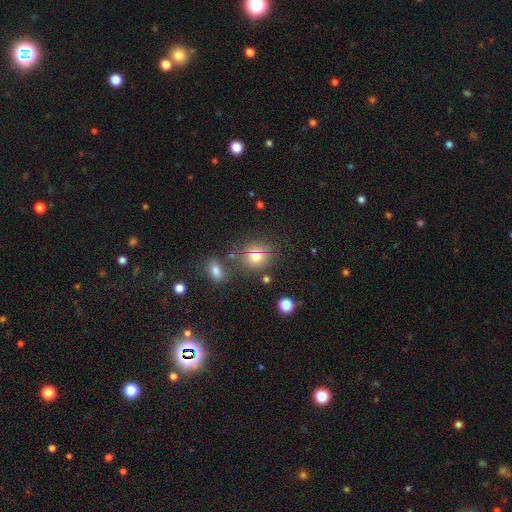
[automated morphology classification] smooth 68%, star or artifact 22%, featured or disk 10%. Down the decision tree: how rounded — round (77%); merging — none (73%).